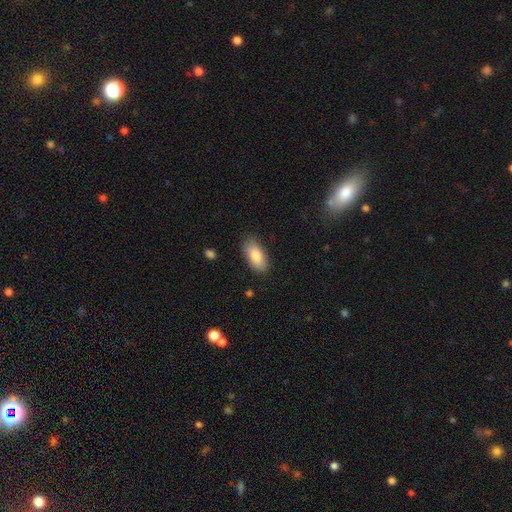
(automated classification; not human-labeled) This is clearly a smooth galaxy (85%). How rounded: clearly in between (92%). Merging: clearly none (84%).